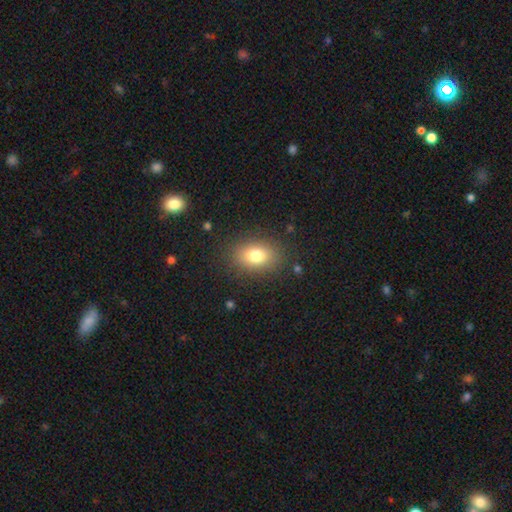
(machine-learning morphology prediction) Smooth or featured?
  - smooth: 79% *
  - featured or disk: 11%
  - star or artifact: 10%
How rounded?
  - in between: 79% *
  - round: 20%
  - cigar-shaped: 2%
Merging?
  - none: 85% *
  - minor disturbance: 10%
  - major disturbance: 4%
  - merger: 1%